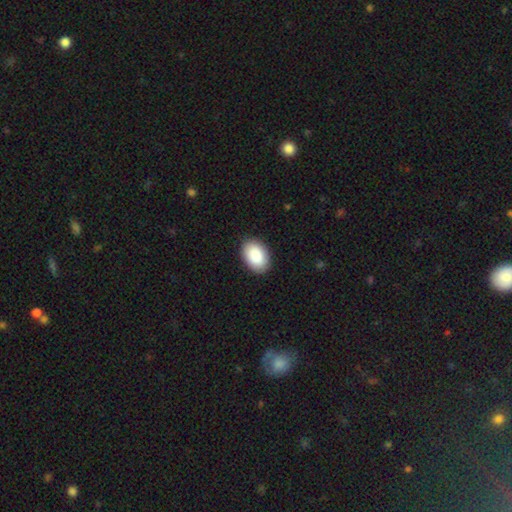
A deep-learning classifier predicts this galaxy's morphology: smooth-or-featured: smooth: 90% | star or artifact: 6% | featured or disk: 5%
  how-rounded: in between: 90% | round: 9% | cigar-shaped: 1%
  merging: none: 89% | minor disturbance: 8% | major disturbance: 2% | merger: 1%